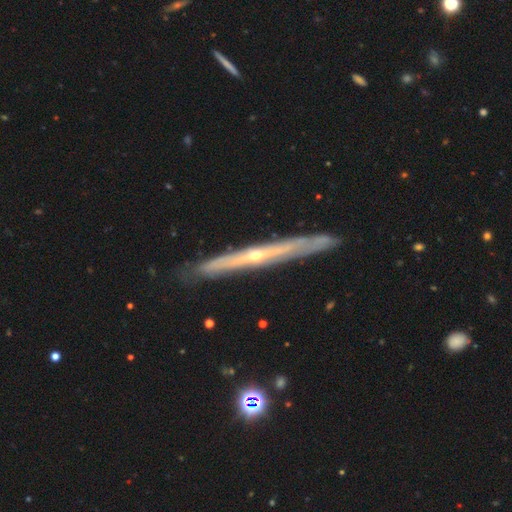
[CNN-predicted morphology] featured or disk 80%, smooth 14%, star or artifact 6%. Down the decision tree: edge-on disk — yes (94%); edge-on bulge — rounded (66%); merging — none (85%).